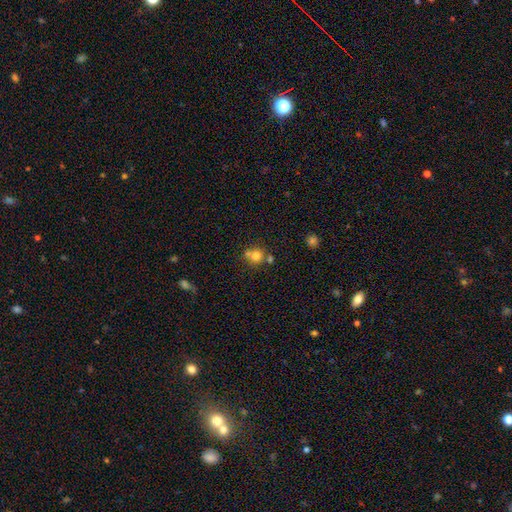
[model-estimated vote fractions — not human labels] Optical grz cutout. It shows a smooth galaxy with no disk features (75%) that is round (89%). Merging: none (54%).